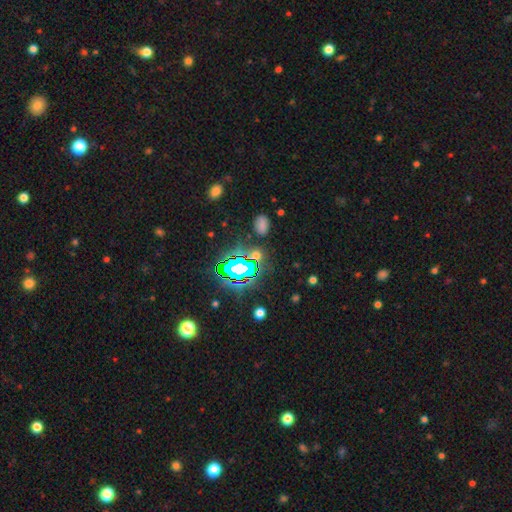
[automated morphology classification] Smooth or featured? star or artifact (58%)